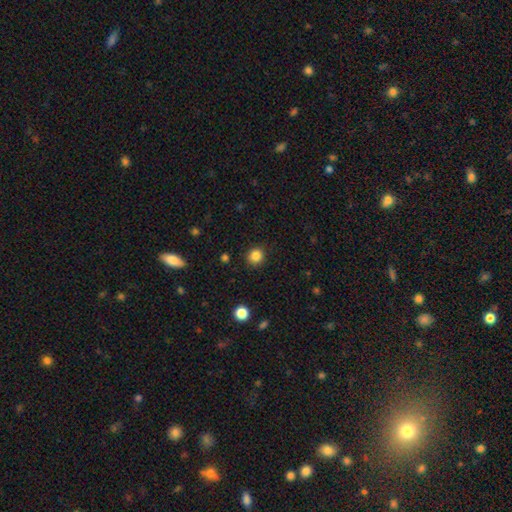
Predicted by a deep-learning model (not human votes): This appears to be a smooth galaxy with no disk features (85%) that is round (90%). Merging: none (90%).